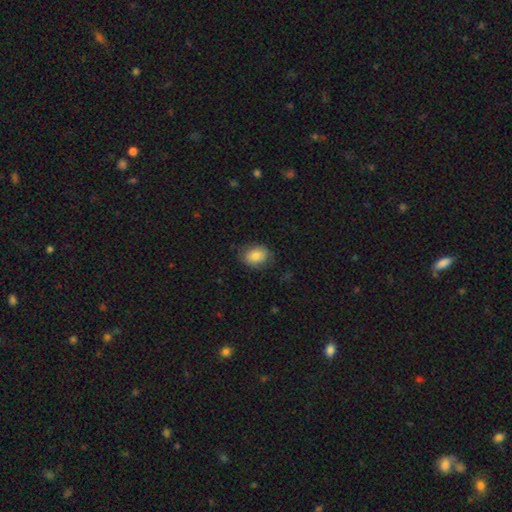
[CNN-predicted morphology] smooth_or_featured: smooth (p=0.80) [alt: featured or disk p=0.12]
how_rounded: in between (p=0.65) [alt: round p=0.34]
merging: none (p=0.72) [alt: minor disturbance p=0.20]